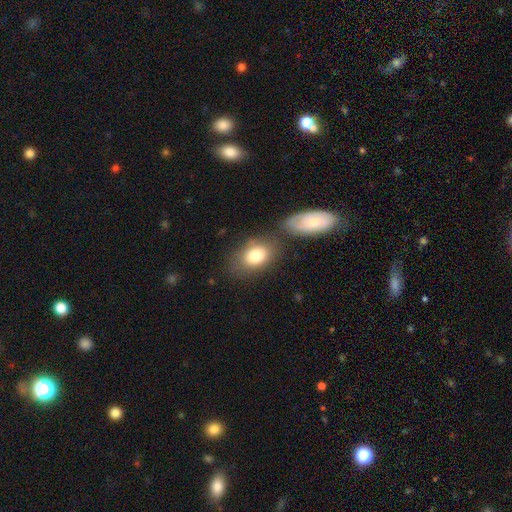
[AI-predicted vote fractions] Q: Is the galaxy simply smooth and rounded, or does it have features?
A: smooth — 80%.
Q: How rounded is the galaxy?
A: in between — 83%.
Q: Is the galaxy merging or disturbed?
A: none — 56%.